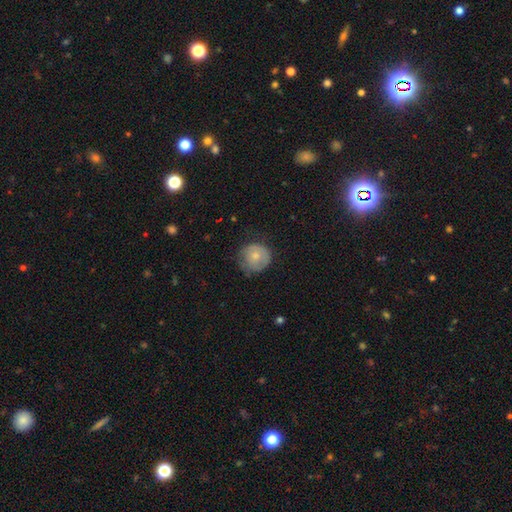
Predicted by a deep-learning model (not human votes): Smooth or featured?
  - smooth: 66% *
  - featured or disk: 27%
  - star or artifact: 7%
How rounded?
  - round: 88% *
  - in between: 11%
  - cigar-shaped: 1%
Merging?
  - none: 60% *
  - minor disturbance: 28%
  - major disturbance: 10%
  - merger: 1%